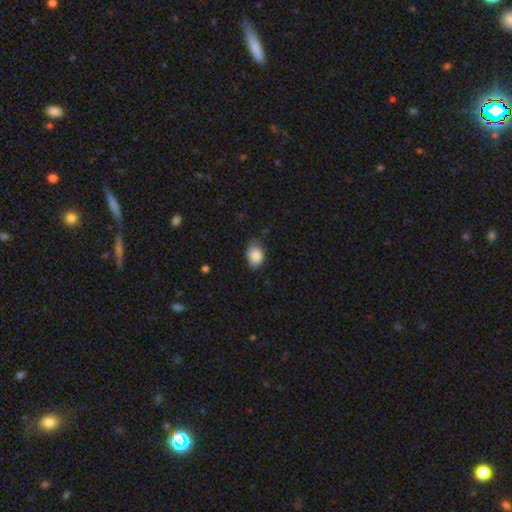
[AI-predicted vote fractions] Smooth or featured? smooth (87%)
How rounded? in between (65%)
Merging? none (67%)